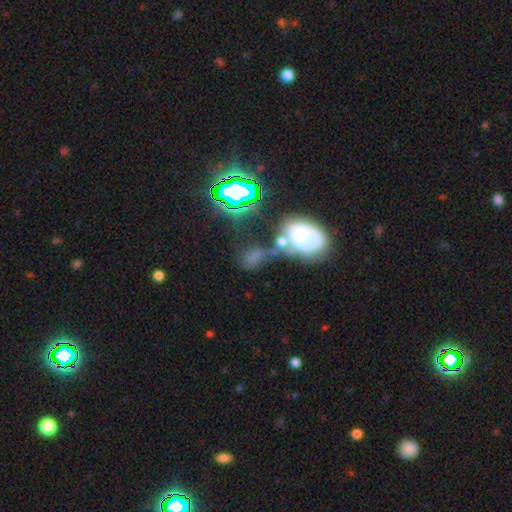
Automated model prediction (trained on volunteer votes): A smooth galaxy with no disk features (43%).

Vote fractions:
- Smooth or featured? smooth: 43% / star or artifact: 32% / featured or disk: 25%
- Merging? none: 35% / merger: 30% / minor disturbance: 18% / major disturbance: 16%